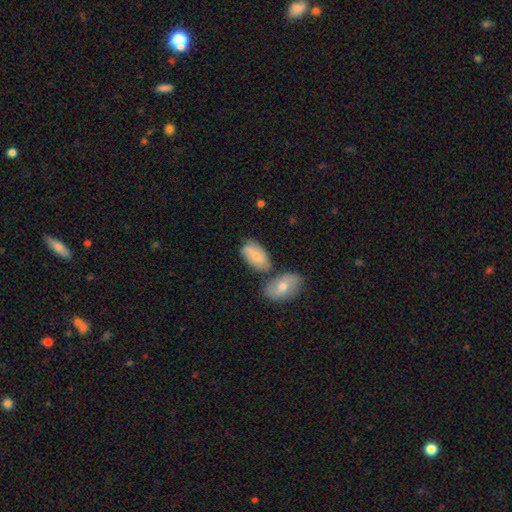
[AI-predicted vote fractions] Smooth or featured: smooth — 69% (featured or disk — 24%)
How rounded: in between — 93% (round — 4%)
Merging: none — 52% (merger — 24%)